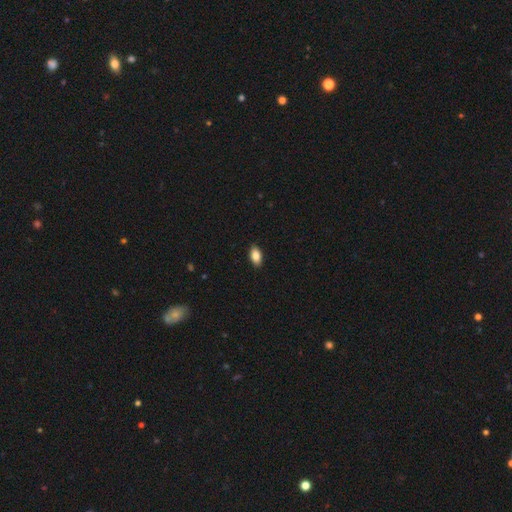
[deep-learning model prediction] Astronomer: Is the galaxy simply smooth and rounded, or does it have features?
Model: smooth — 86%.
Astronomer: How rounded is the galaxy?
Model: in between — 92%.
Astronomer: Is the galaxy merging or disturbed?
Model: none — 89%.